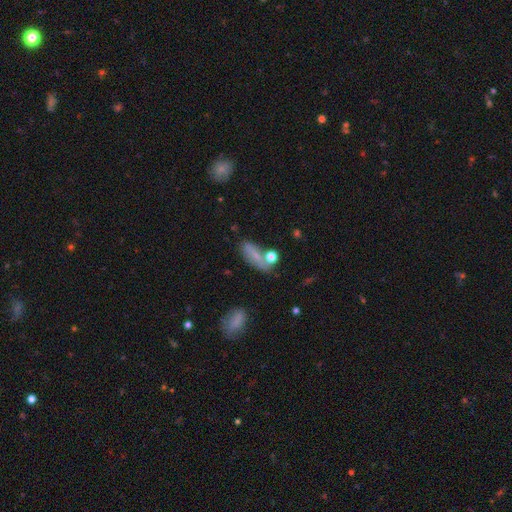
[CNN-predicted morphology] A smooth galaxy with no disk features (65%) that is in between round and cigar-shaped (64%). Merging: none (56%).